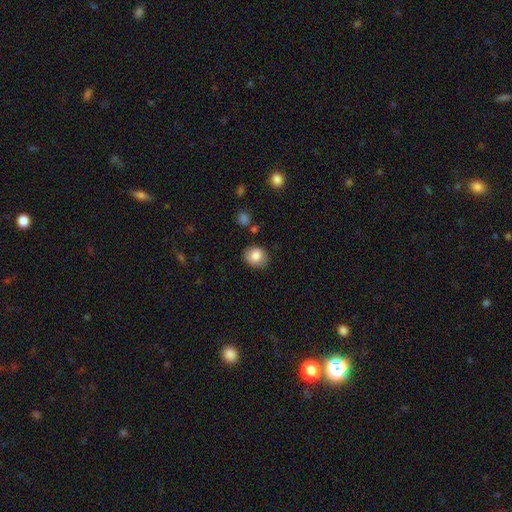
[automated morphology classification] Overall: smooth (84%). How rounded: round (66%; in between 33%). Merging: none (83%).